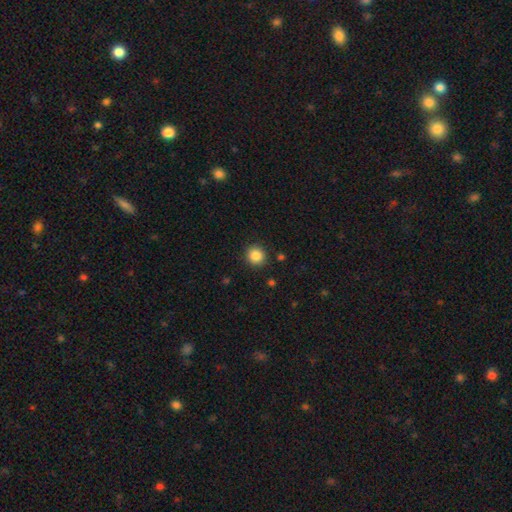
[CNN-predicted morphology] Smooth or featured?
  - smooth: 86% *
  - star or artifact: 10%
  - featured or disk: 4%
How rounded?
  - round: 92% *
  - in between: 7%
  - cigar-shaped: 1%
Merging?
  - none: 90% *
  - minor disturbance: 6%
  - major disturbance: 2%
  - merger: 1%